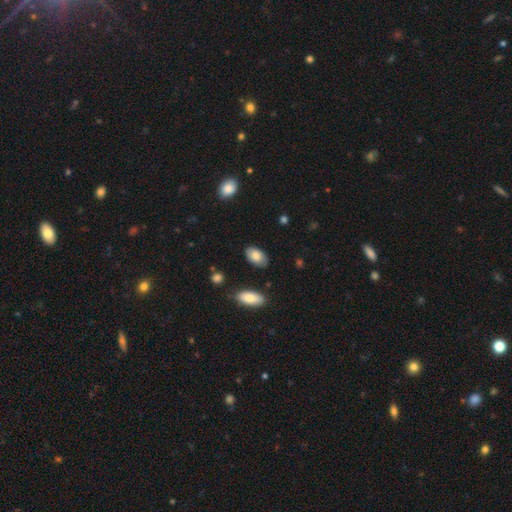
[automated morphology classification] Smooth or featured?
  - smooth: 81% *
  - featured or disk: 12%
  - star or artifact: 7%
How rounded?
  - in between: 94% *
  - round: 4%
  - cigar-shaped: 2%
Merging?
  - none: 81% *
  - minor disturbance: 14%
  - major disturbance: 3%
  - merger: 2%